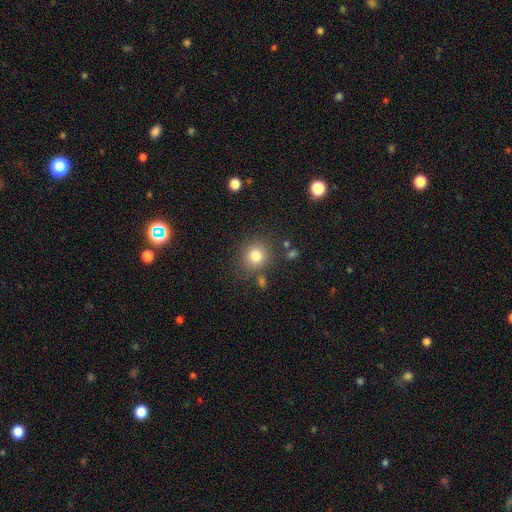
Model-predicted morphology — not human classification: Smooth or featured? Predicted: smooth (p=0.81). How rounded? Predicted: round (p=0.83). Merging? Predicted: none (p=0.79).